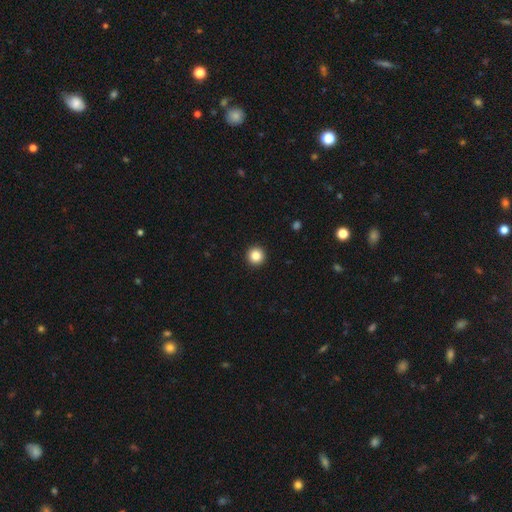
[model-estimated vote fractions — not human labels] This appears to be a smooth galaxy with no disk features (85%) that is round (96%). Merging: none (94%).